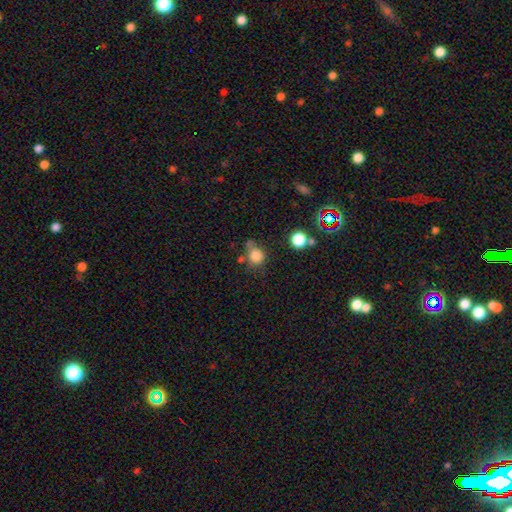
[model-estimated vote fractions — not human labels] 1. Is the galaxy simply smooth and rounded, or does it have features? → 81% smooth, 12% star or artifact, 7% featured or disk.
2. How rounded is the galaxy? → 83% round, 16% in between, 1% cigar-shaped.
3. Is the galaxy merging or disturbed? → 55% none, 22% minor disturbance, 13% merger, 9% major disturbance.